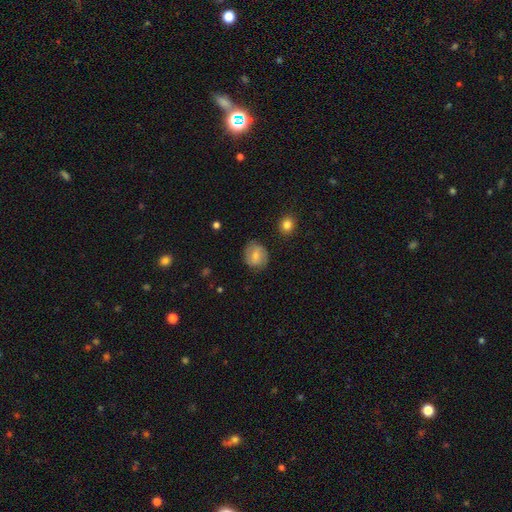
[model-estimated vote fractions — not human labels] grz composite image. It shows a smooth galaxy with no disk features (61%) that is round (72%). Merging: none (78%).